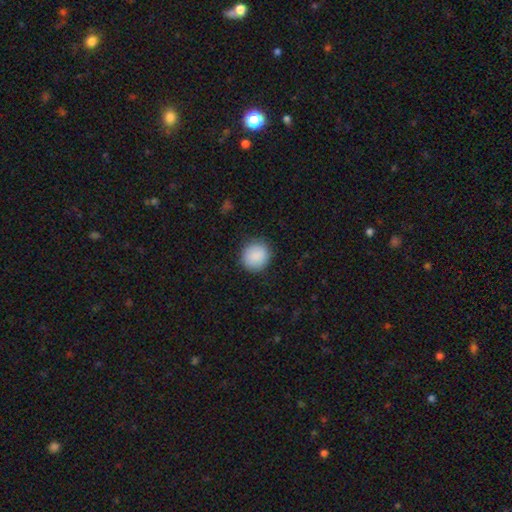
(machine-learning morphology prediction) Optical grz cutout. It shows a smooth galaxy with no disk features (89%) that is round (89%). Merging: none (88%).